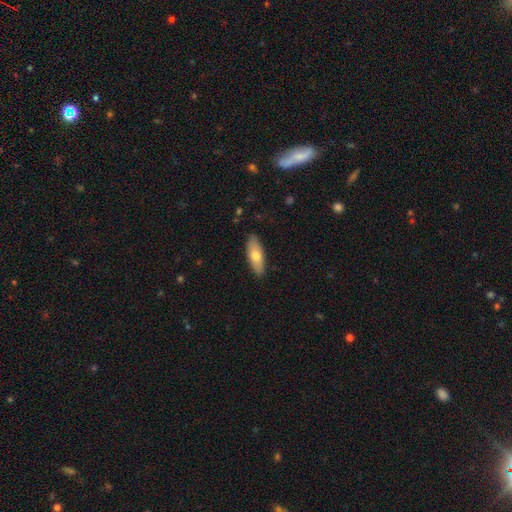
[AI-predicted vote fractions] A smooth galaxy with no disk features (71%) that is in between round and cigar-shaped (65%).

Vote fractions:
- Smooth or featured? smooth: 71% / featured or disk: 23% / star or artifact: 6%
- How rounded? in between: 65% / cigar-shaped: 33% / round: 2%
- Merging? none: 88% / minor disturbance: 9% / major disturbance: 2% / merger: 1%